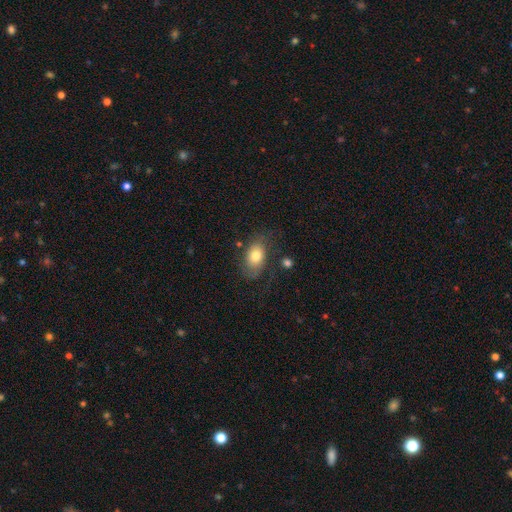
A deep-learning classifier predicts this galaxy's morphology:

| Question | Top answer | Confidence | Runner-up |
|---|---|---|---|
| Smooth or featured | smooth | 70% | featured or disk (21%) |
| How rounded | in between | 83% | round (15%) |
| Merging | none | 60% | minor disturbance (23%) |